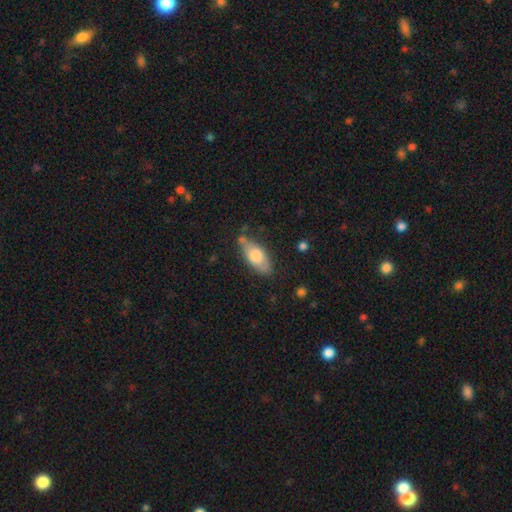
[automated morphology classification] Q: Smooth or featured?
A: smooth (70%); runner-up: featured or disk (24%)
Q: How rounded?
A: in between (83%); runner-up: cigar-shaped (14%)
Q: Merging?
A: none (71%); runner-up: minor disturbance (20%)